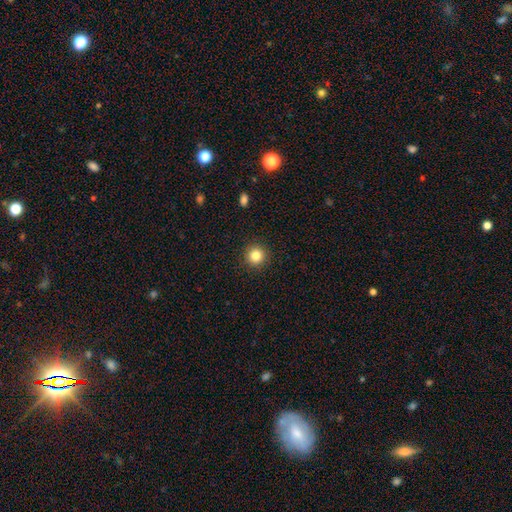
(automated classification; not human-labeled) Smooth or featured: smooth — 84% (star or artifact — 11%)
How rounded: round — 95% (in between — 4%)
Merging: none — 92% (minor disturbance — 5%)